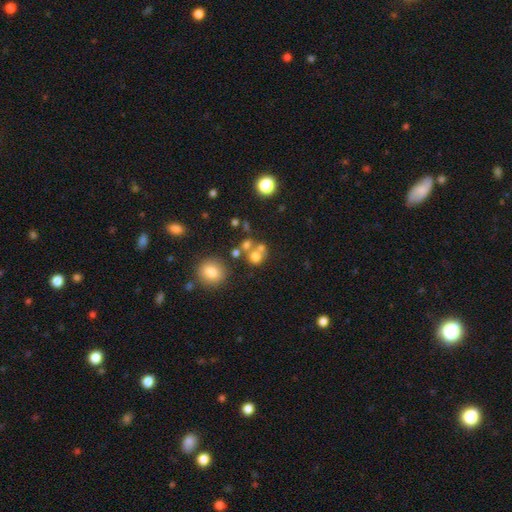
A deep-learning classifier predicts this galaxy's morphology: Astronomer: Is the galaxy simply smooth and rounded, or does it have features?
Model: smooth — 66%.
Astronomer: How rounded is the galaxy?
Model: round — 81%.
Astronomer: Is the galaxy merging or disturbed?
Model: none — 43% (runner-up: merger, 42%).